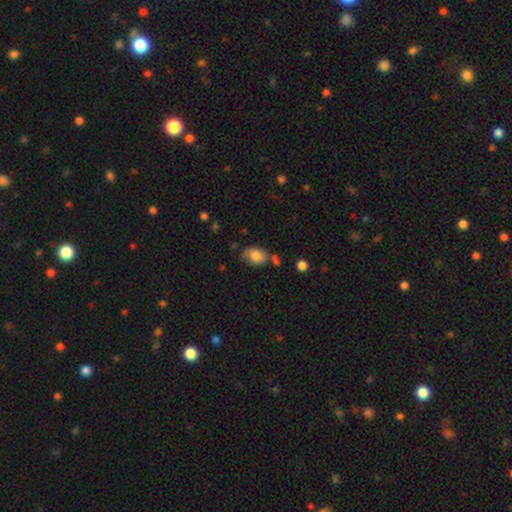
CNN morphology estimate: A smooth galaxy with no disk features (67%) that is in between round and cigar-shaped (73%).

Vote fractions:
- Smooth or featured? smooth: 67% / featured or disk: 24% / star or artifact: 9%
- How rounded? in between: 73% / round: 26% / cigar-shaped: 1%
- Merging? none: 49% / minor disturbance: 30% / major disturbance: 11% / merger: 9%